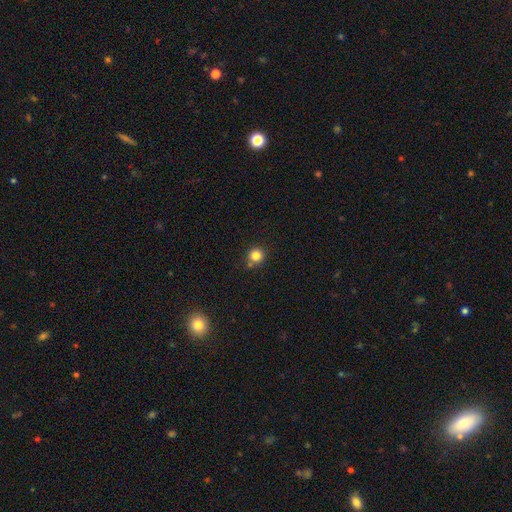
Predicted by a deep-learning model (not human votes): Overall: smooth (82%). How rounded: round (92%). Merging: none (75%).